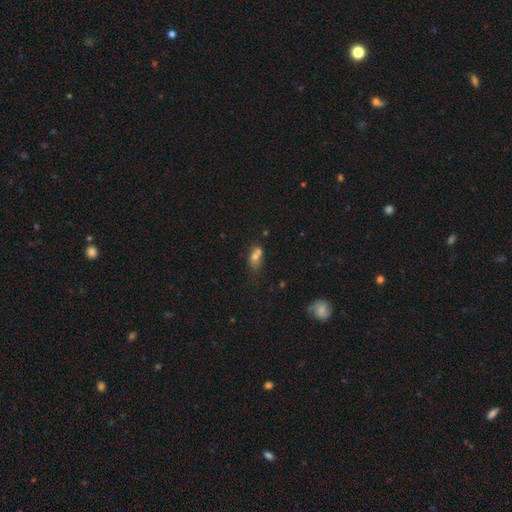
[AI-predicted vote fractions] Smooth or featured: smooth — 68% (featured or disk — 19%)
How rounded: in between — 66% (round — 30%)
Merging: merger — 49% (none — 31%)